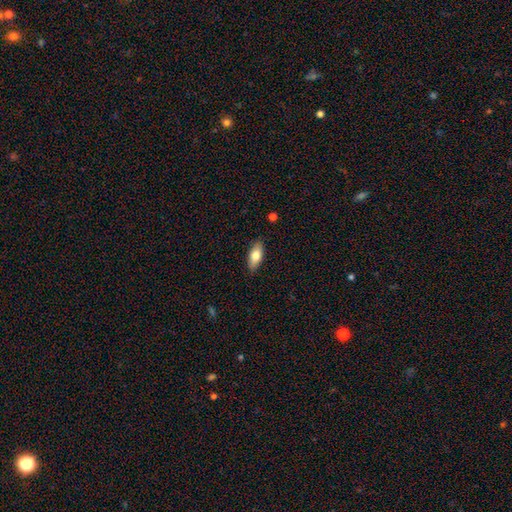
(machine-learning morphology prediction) type=smooth (76%); roundness=in between (82%); merging=none (88%).